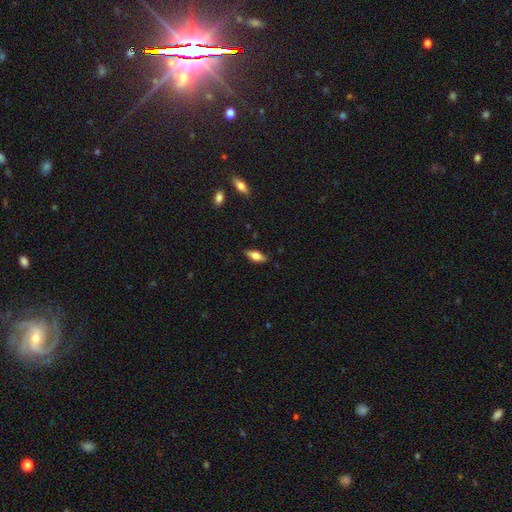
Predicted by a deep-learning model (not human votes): This appears to be a smooth galaxy with no disk features (59%) that is in between round and cigar-shaped (75%). Merging: none (83%).